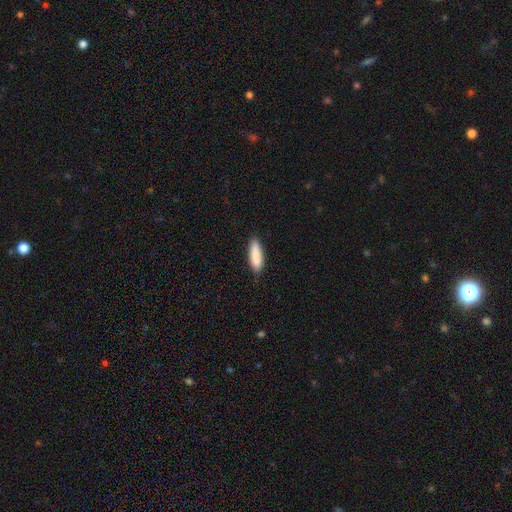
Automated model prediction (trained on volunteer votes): smooth-or-featured: smooth: 88% | featured or disk: 6% | star or artifact: 6%
  how-rounded: cigar-shaped: 52% | in between: 47% | round: 2%
  merging: none: 85% | minor disturbance: 12% | major disturbance: 2% | merger: 1%